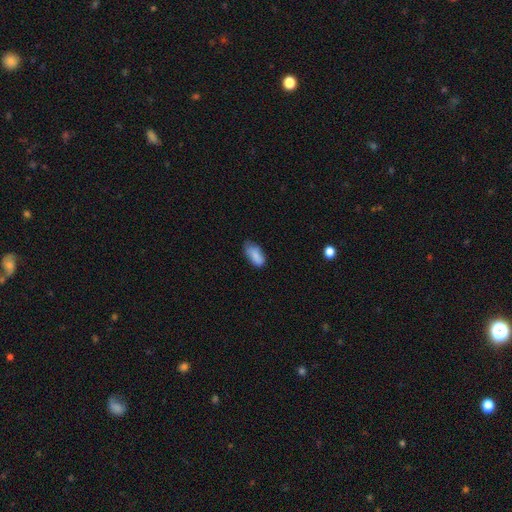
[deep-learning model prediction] This appears to be a smooth galaxy with no disk features (84%) that is in between round and cigar-shaped (91%). Merging: none (51%).